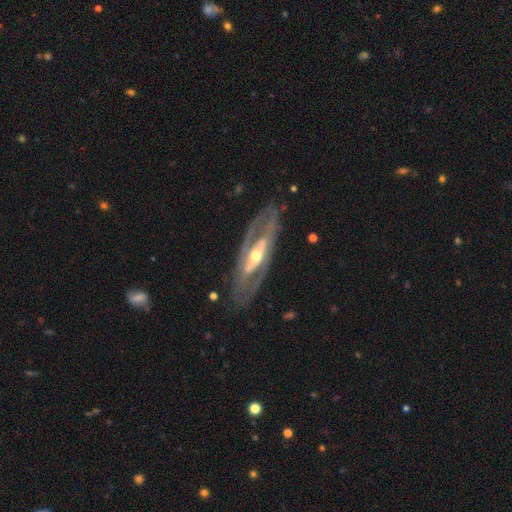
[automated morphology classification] Smooth or featured? Predicted: featured or disk (p=0.82). Edge-on disk? Predicted: no (p=0.80). Bar? Predicted: no (p=0.41). Spiral arms? Predicted: yes (p=0.62). Bulge size? Predicted: moderate (p=0.68). Merging? Predicted: none (p=0.79).